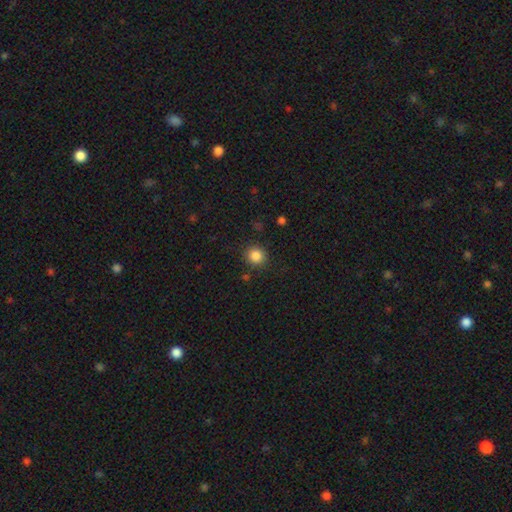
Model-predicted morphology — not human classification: Q: Smooth or featured?
A: smooth (86%); runner-up: star or artifact (11%)
Q: How rounded?
A: round (89%); runner-up: in between (10%)
Q: Merging?
A: none (86%); runner-up: minor disturbance (8%)